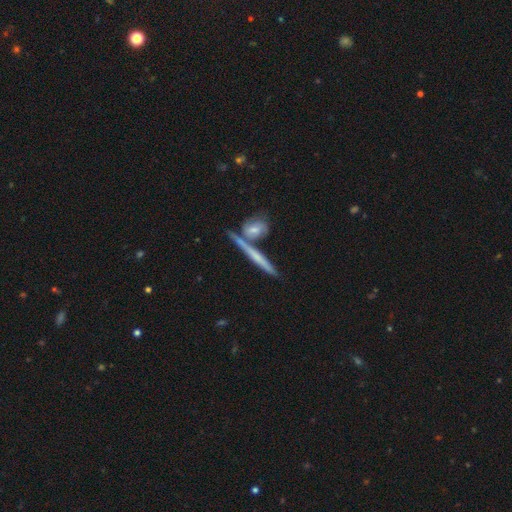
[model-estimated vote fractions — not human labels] Smooth or featured? Predicted: featured or disk (p=0.57). Edge-on disk? Predicted: yes (p=0.91). Edge-on bulge? Predicted: none (p=0.62). Merging? Predicted: none (p=0.65).